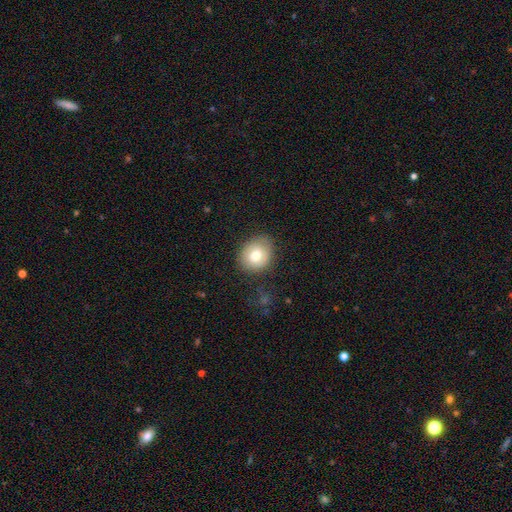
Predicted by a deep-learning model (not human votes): A smooth galaxy with no disk features (73%) that is round (64%).

Vote fractions:
- Smooth or featured? smooth: 73% / featured or disk: 19% / star or artifact: 9%
- How rounded? round: 64% / in between: 35% / cigar-shaped: 1%
- Merging? none: 78% / minor disturbance: 16% / major disturbance: 5% / merger: 1%